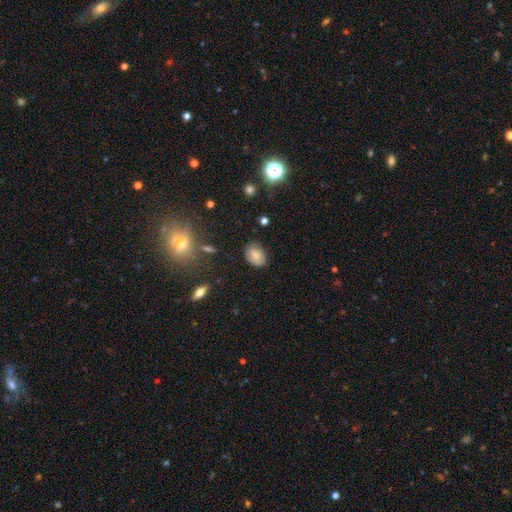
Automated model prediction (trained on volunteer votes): smooth 83%, star or artifact 9%, featured or disk 8%. Down the decision tree: how rounded — in between (76%); merging — none (82%).